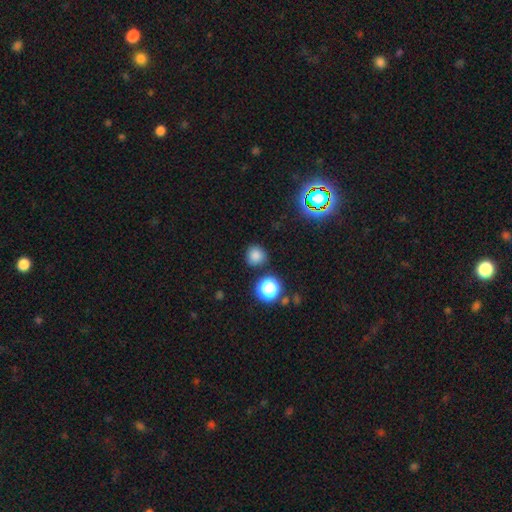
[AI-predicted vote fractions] A smooth galaxy with no disk features (78%) that is round (90%). Merging: none (83%).